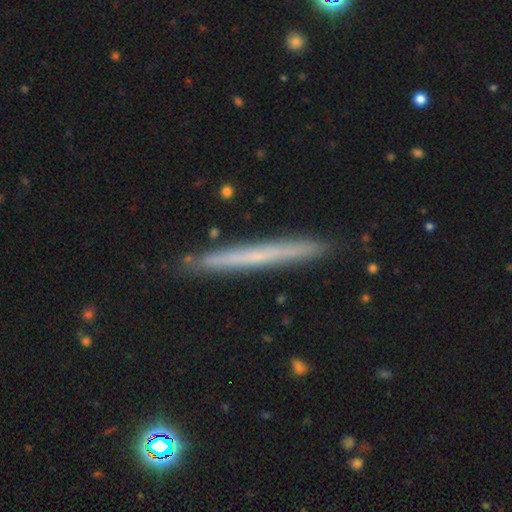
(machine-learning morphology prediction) A featured or disk galaxy (48%). Merging: none (90%).